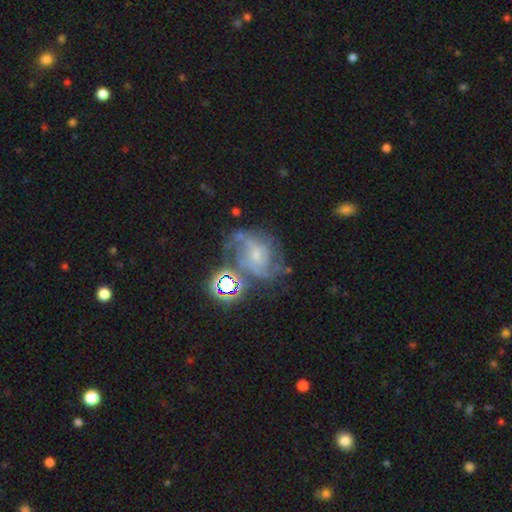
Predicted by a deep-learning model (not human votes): Smooth or featured? Predicted: featured or disk (p=0.69). Edge-on disk? Predicted: no (p=0.97). Bar? Predicted: no (p=0.47). Spiral arms? Predicted: yes (p=0.88). Spiral winding? Predicted: medium (p=0.47). Spiral arm count? Predicted: can't tell (p=0.33). Bulge size? Predicted: small (p=0.56). Merging? Predicted: none (p=0.50).